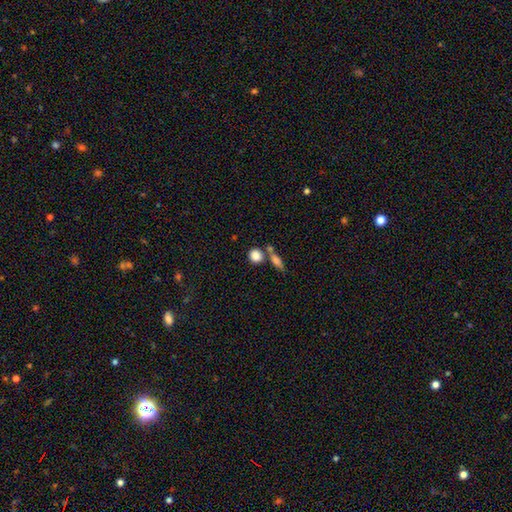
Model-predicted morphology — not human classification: smooth-or-featured: smooth: 84% | star or artifact: 9% | featured or disk: 7%
  how-rounded: round: 78% | in between: 19% | cigar-shaped: 3%
  merging: none: 57% | merger: 29% | minor disturbance: 10% | major disturbance: 4%